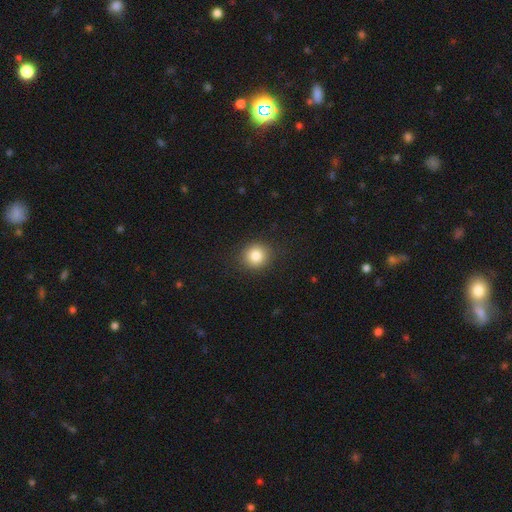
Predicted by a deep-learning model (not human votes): smooth_or_featured: smooth (p=0.84) [alt: star or artifact p=0.10]
how_rounded: round (p=0.88) [alt: in between p=0.11]
merging: none (p=0.89) [alt: minor disturbance p=0.07]